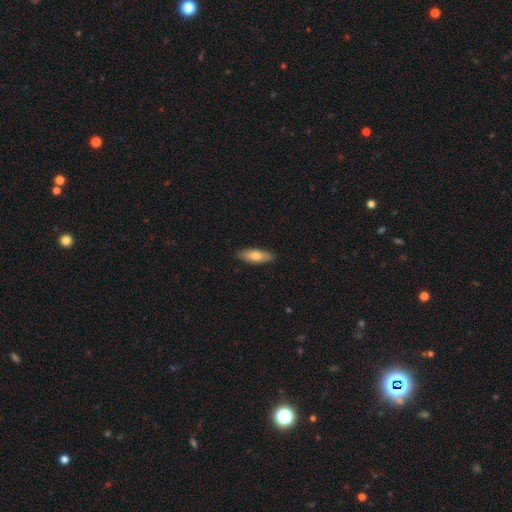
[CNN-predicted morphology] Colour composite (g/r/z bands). It shows a smooth galaxy with no disk features (76%) that is in between round and cigar-shaped (68%). Merging: none (88%).